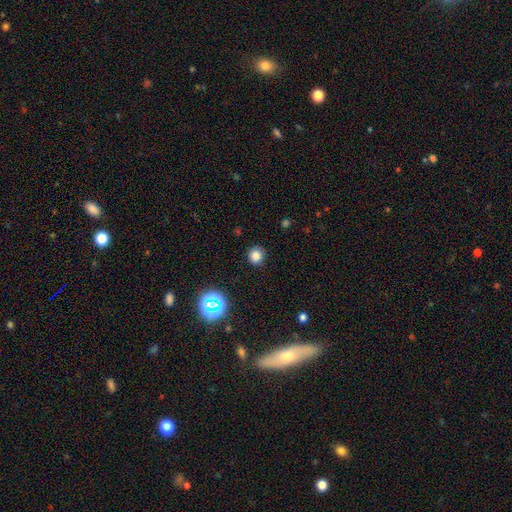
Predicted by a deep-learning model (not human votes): Smooth or featured: smooth — 80% (star or artifact — 16%)
How rounded: round — 89% (in between — 10%)
Merging: none — 89% (minor disturbance — 8%)